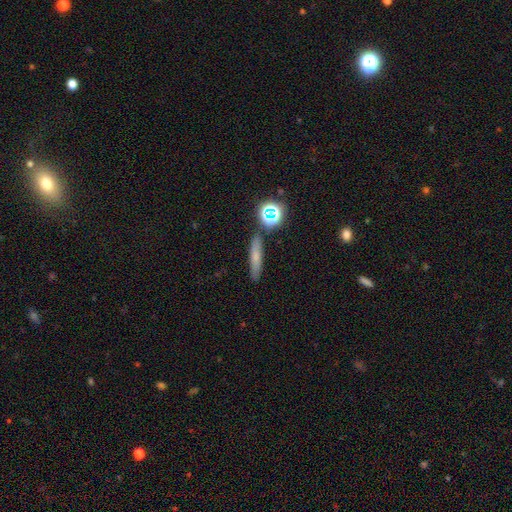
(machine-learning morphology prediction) A smooth galaxy with no disk features (62%) that is cigar-shaped (81%).

Vote fractions:
- Smooth or featured? smooth: 62% / featured or disk: 22% / star or artifact: 16%
- How rounded? cigar-shaped: 81% / in between: 12% / round: 7%
- Merging? none: 84% / minor disturbance: 9% / merger: 4% / major disturbance: 3%